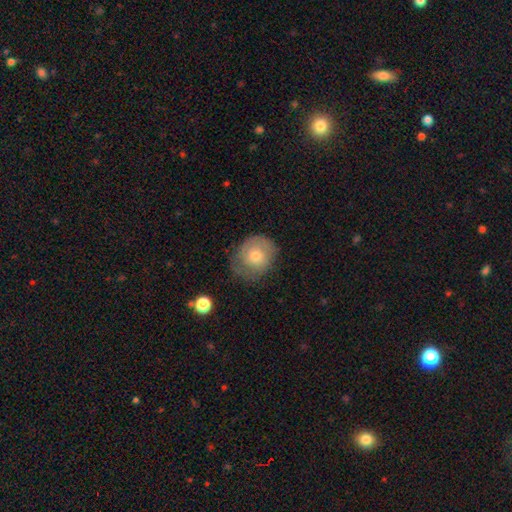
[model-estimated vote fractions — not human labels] Smooth or featured: smooth — 55% (featured or disk — 37%)
How rounded: round — 75% (in between — 24%)
Merging: none — 60% (minor disturbance — 27%)